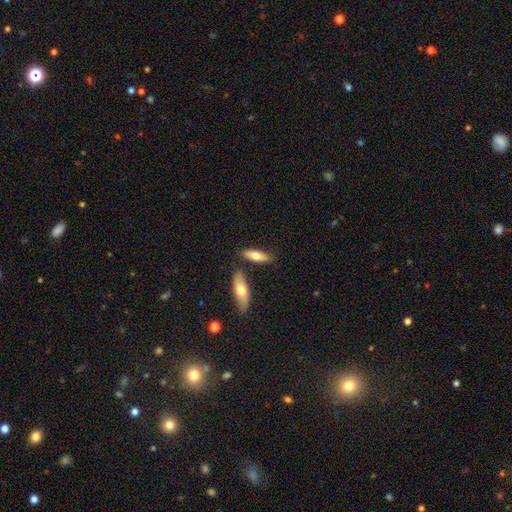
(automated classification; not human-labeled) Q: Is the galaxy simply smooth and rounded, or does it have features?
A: smooth — 70%.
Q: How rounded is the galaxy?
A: in between — 55%.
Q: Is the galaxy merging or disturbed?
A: none — 71%.